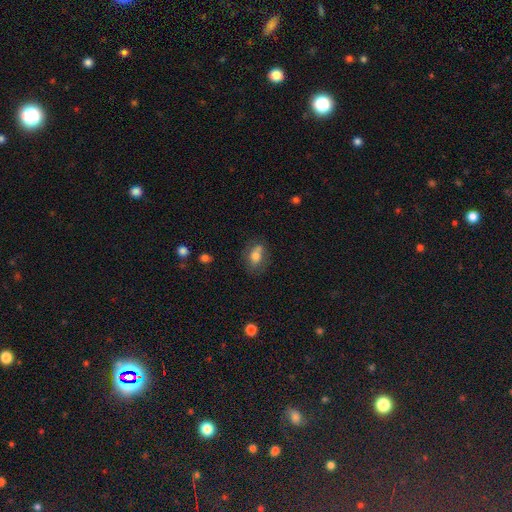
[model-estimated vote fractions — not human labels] Q: Smooth or featured?
A: smooth (69%); runner-up: featured or disk (21%)
Q: How rounded?
A: in between (80%); runner-up: round (17%)
Q: Merging?
A: none (59%); runner-up: minor disturbance (24%)